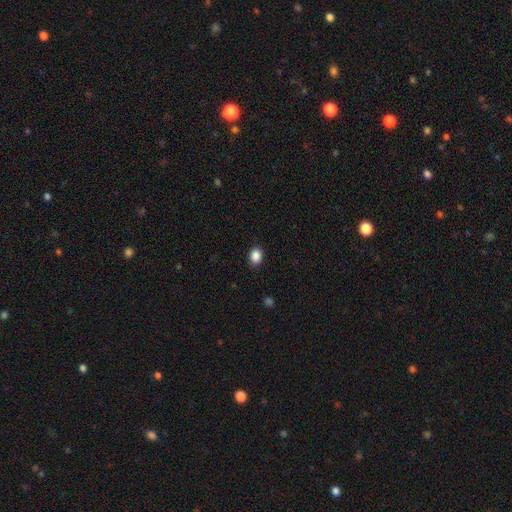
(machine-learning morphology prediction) The model was most divided on "how rounded": in between: 61%, round: 38%, cigar-shaped: 1%. More confident: merging — none (89%); smooth or featured — smooth (88%).